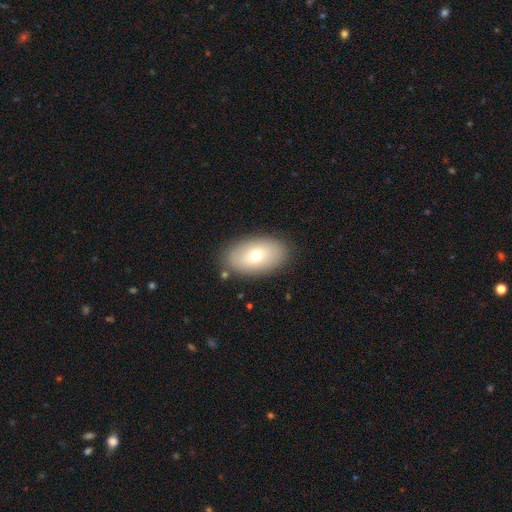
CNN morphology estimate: smooth 68%, featured or disk 24%, star or artifact 8%. Down the decision tree: how rounded — in between (92%); merging — none (85%).